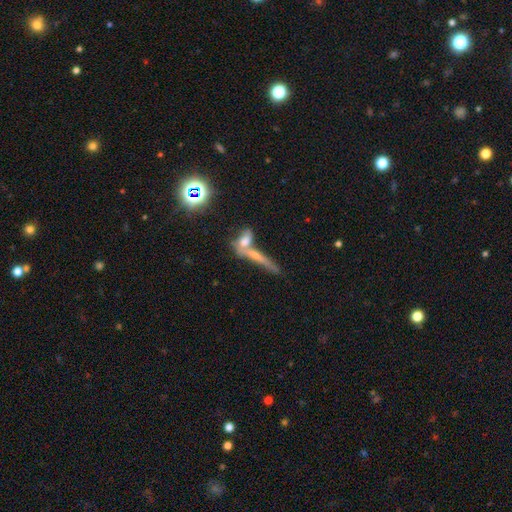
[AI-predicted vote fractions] Smooth or featured? smooth (53%)
How rounded? cigar-shaped (75%)
Merging? merger (48%)